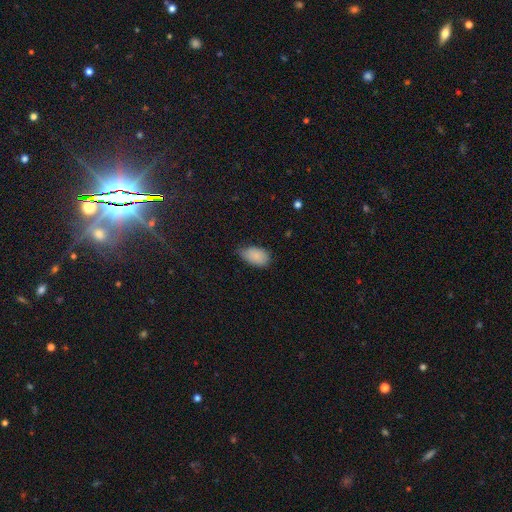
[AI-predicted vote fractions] Overall: smooth (86%). How rounded: in between (92%). Merging: none (54%; minor disturbance 38%).